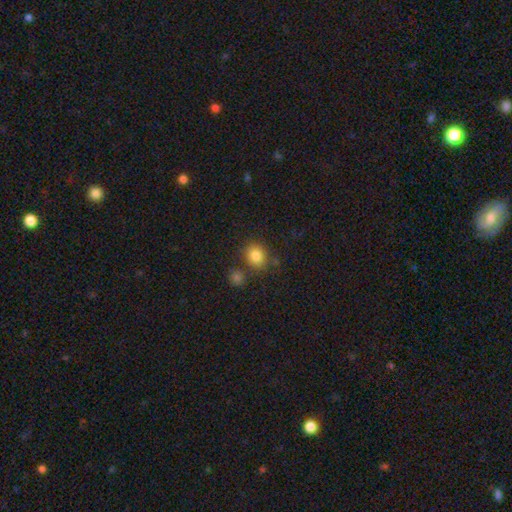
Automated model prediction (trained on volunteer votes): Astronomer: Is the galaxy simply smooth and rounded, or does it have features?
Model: smooth — 83%.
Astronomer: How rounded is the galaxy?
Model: round — 69%.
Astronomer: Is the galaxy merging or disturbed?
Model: none — 75%.